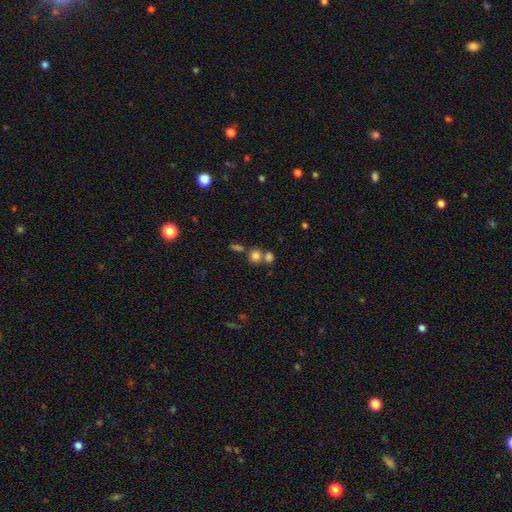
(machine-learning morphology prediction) smooth-or-featured: smooth: 77% | star or artifact: 14% | featured or disk: 9%
  how-rounded: round: 81% | in between: 18% | cigar-shaped: 1%
  merging: none: 49% | merger: 39% | minor disturbance: 8% | major disturbance: 4%